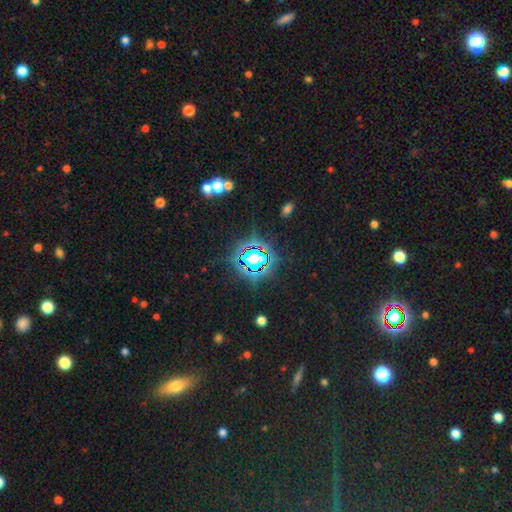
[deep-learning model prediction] This is likely a star or artifact rather than a galaxy (73%).